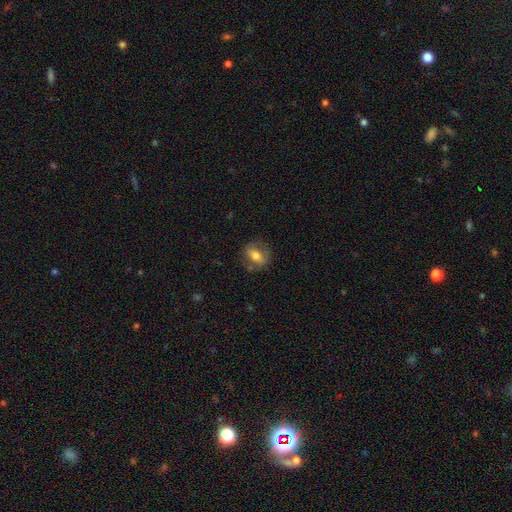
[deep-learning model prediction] Morphology: type=smooth (62%); roundness=in between (57%); merging=none (72%).